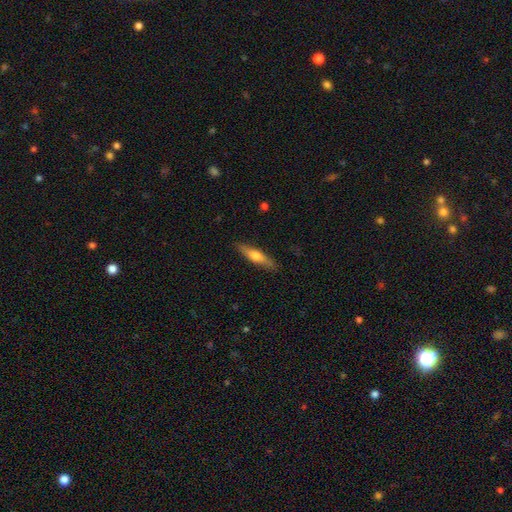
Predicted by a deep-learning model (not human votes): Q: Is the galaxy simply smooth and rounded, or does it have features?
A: smooth — 55%.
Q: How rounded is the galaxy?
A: cigar-shaped — 79%.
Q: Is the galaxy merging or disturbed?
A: none — 87%.